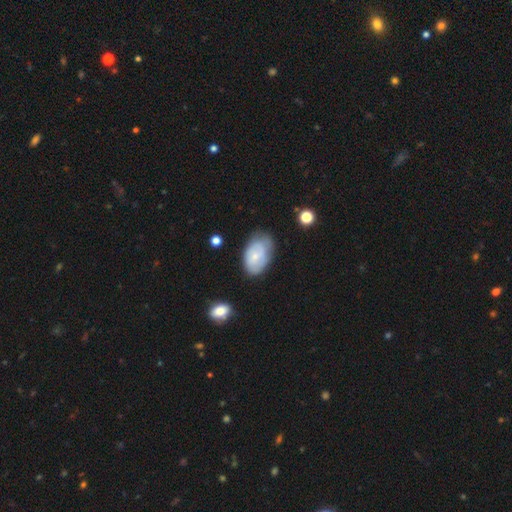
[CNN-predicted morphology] The model was most divided on "smooth or featured": smooth: 57%, featured or disk: 36%, star or artifact: 7%. More confident: how rounded — in between (91%); merging — none (57%).